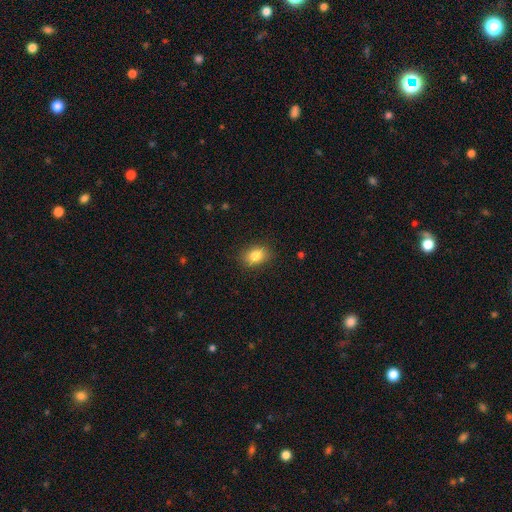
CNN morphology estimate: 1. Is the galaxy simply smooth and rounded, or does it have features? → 84% smooth, 9% star or artifact, 7% featured or disk.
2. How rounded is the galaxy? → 77% in between, 22% round, 1% cigar-shaped.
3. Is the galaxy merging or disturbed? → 86% none, 10% minor disturbance, 3% major disturbance, 1% merger.